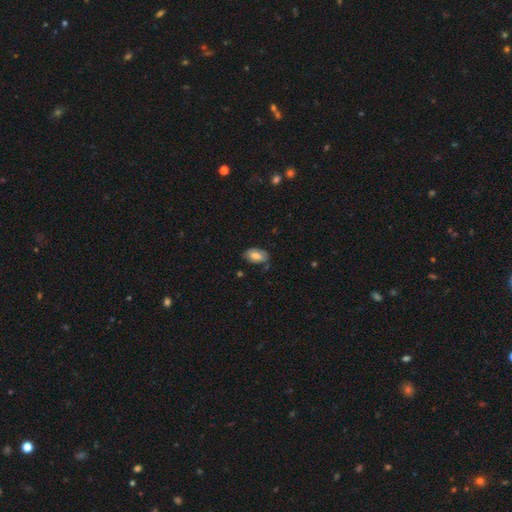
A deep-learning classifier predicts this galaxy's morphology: This appears to be a smooth galaxy with no disk features (63%) that is in between round and cigar-shaped (92%). Merging: none (72%).